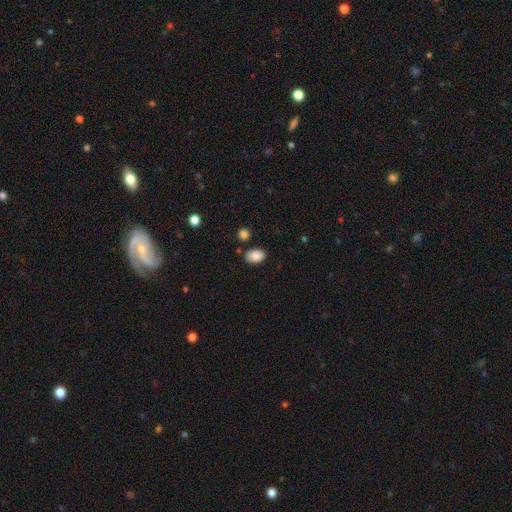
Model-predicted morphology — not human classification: Smooth or featured? smooth (87%)
How rounded? in between (84%)
Merging? none (79%)